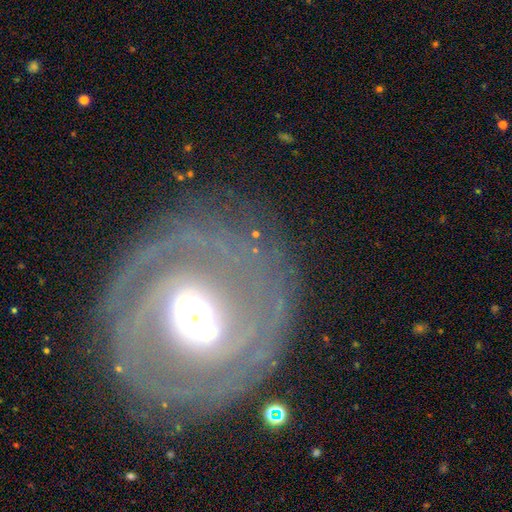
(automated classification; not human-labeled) Smooth or featured? featured or disk (81%)
Edge-on disk? no (96%)
Bar? no (48%)
Spiral arms? yes (84%)
Spiral winding? tight (66%)
Spiral arm count? 2 (42%)
Bulge size? moderate (53%)
Merging? none (78%)